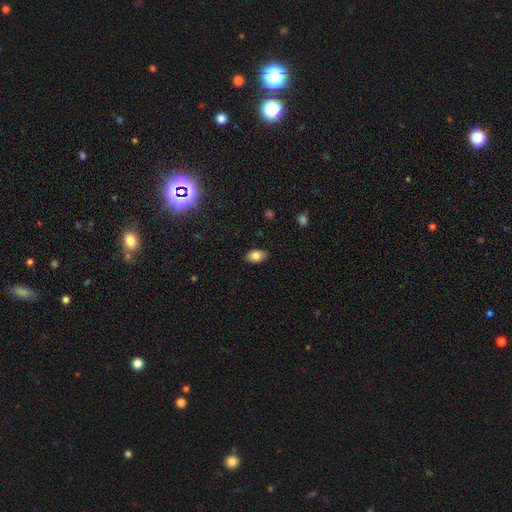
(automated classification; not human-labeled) Smooth or featured: smooth — 83% (featured or disk — 9%)
How rounded: in between — 91% (round — 8%)
Merging: none — 86% (minor disturbance — 11%)